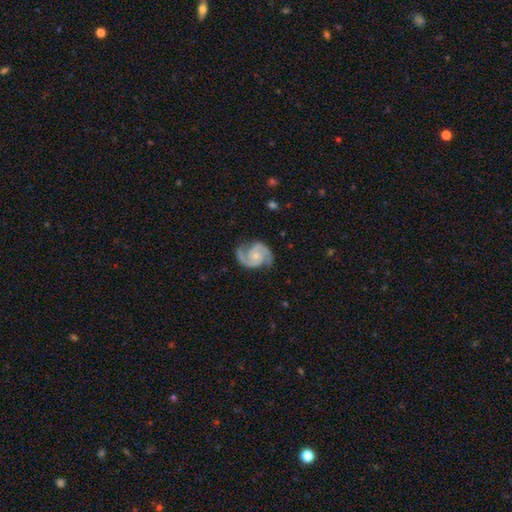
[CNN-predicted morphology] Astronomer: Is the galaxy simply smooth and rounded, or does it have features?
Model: featured or disk — 92%.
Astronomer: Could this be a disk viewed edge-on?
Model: no — 98%.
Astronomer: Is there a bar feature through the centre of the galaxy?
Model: no — 71%.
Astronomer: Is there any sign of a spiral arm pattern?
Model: yes — 98%.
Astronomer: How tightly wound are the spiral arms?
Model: medium — 53% (runner-up: tight, 36%).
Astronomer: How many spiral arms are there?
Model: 2 — 93%.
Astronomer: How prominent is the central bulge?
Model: small — 59%.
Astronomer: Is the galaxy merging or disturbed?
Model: none — 79%.